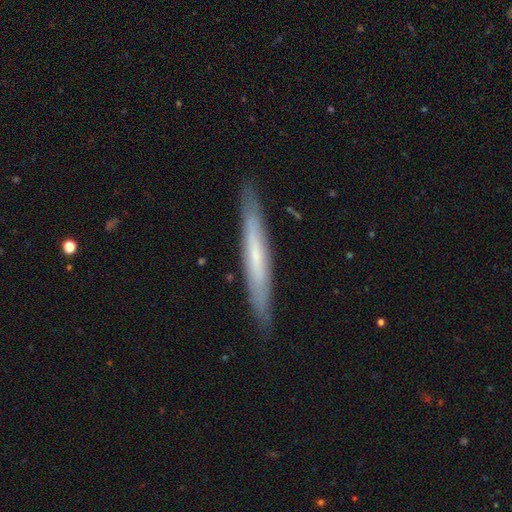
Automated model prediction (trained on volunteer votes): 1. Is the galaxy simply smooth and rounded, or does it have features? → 50% featured or disk, 44% smooth, 6% star or artifact.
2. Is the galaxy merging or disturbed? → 89% none, 8% minor disturbance, 2% major disturbance, 1% merger.